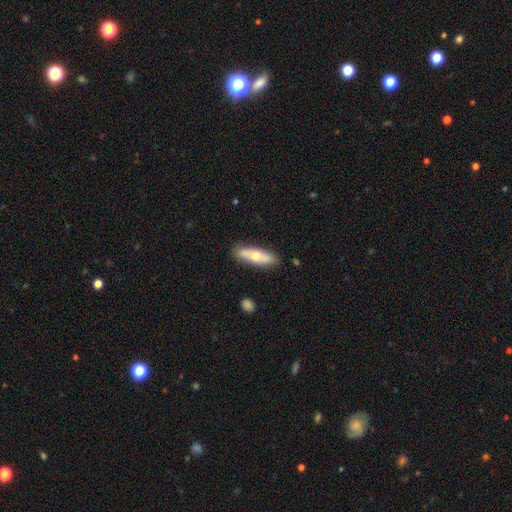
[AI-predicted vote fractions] Morphology: type=smooth (57%); roundness=in between (49%); merging=none (84%).